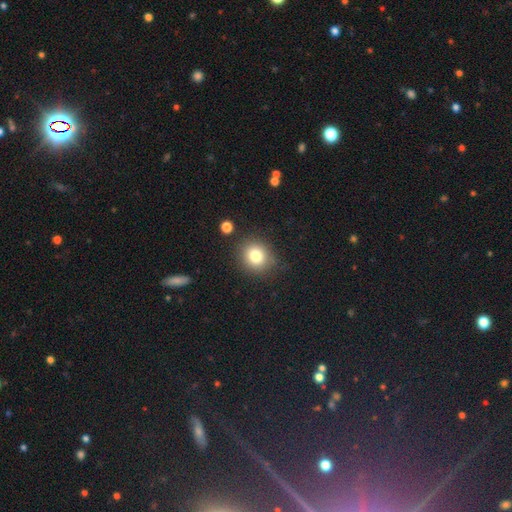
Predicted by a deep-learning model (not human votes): Overall: smooth (80%). How rounded: round (78%). Merging: none (83%).